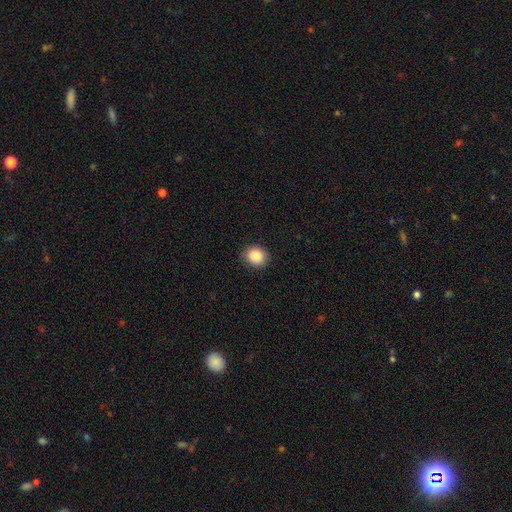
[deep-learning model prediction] Smooth or featured? Predicted: smooth (p=0.87). How rounded? Predicted: round (p=0.70). Merging? Predicted: none (p=0.89).